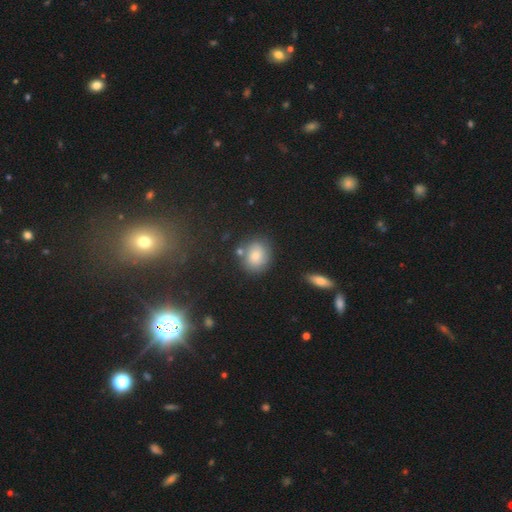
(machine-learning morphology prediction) smooth_or_featured: smooth (p=0.74) [alt: featured or disk p=0.16]
how_rounded: round (p=0.70) [alt: in between p=0.28]
merging: none (p=0.71) [alt: minor disturbance p=0.15]